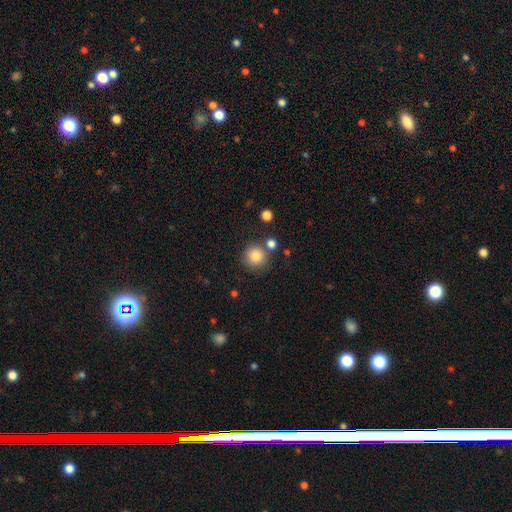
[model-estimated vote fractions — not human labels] This appears to be a smooth galaxy with no disk features (84%) that is round (93%). Merging: none (77%).